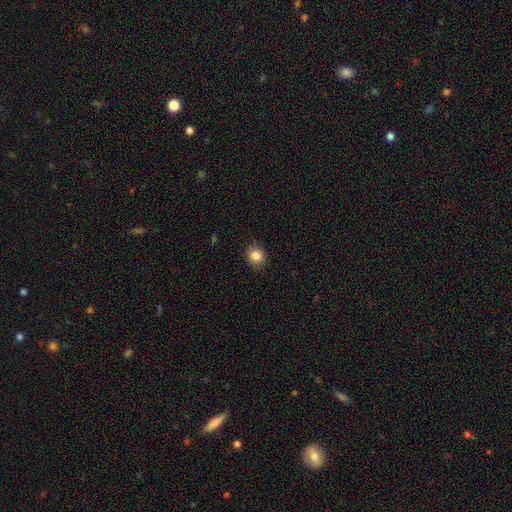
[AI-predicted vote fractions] This appears to be a smooth galaxy with no disk features (85%) that is round (78%). Merging: none (86%).